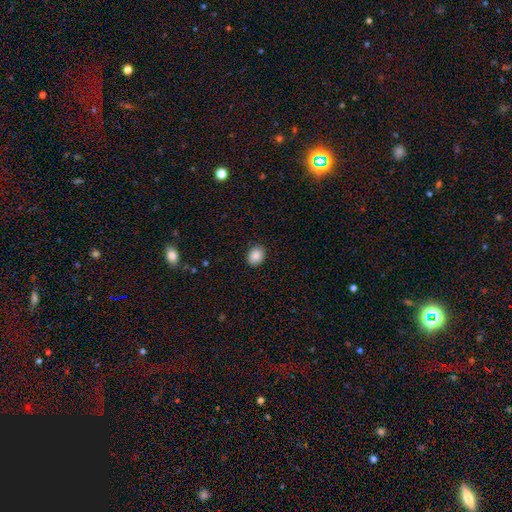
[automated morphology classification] This appears to be a smooth galaxy with no disk features (88%) that is in between round and cigar-shaped (54%). Merging: none (90%).